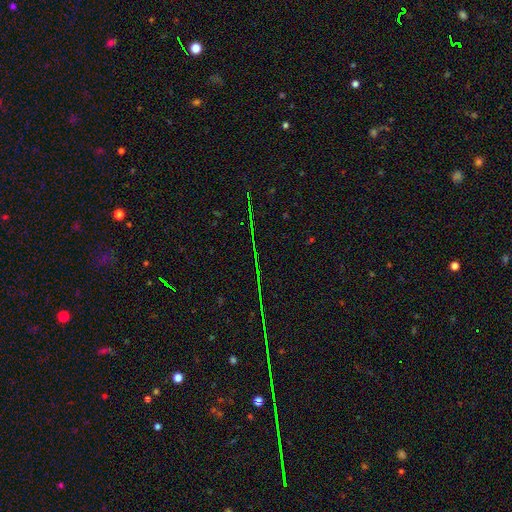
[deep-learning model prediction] Smooth or featured?
  - star or artifact: 79% *
  - featured or disk: 12%
  - smooth: 9%